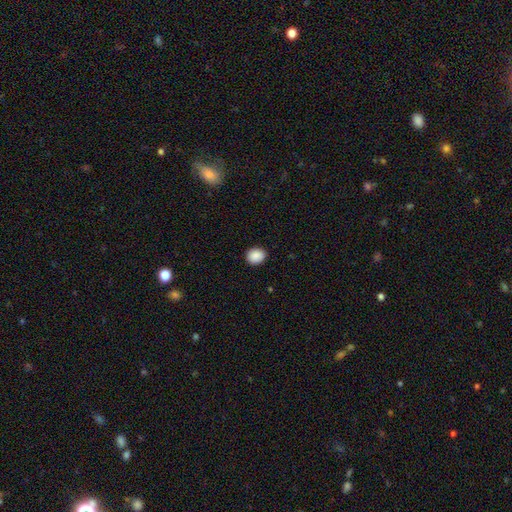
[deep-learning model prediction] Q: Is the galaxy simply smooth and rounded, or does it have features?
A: smooth — 89%.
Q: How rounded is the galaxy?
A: round — 66%.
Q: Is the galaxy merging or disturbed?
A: none — 90%.